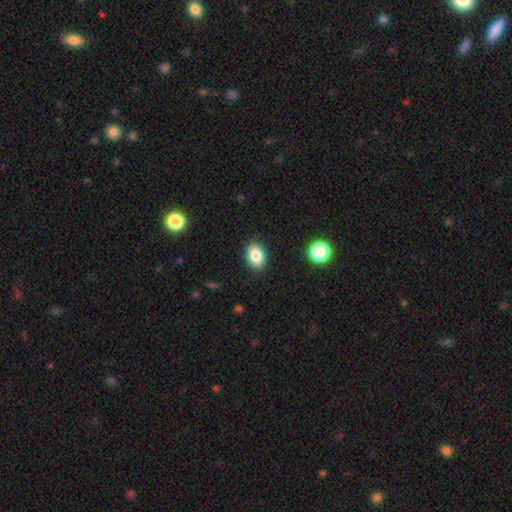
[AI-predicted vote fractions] Q: Smooth or featured?
A: smooth (85%); runner-up: star or artifact (9%)
Q: How rounded?
A: in between (81%); runner-up: round (18%)
Q: Merging?
A: none (88%); runner-up: minor disturbance (9%)